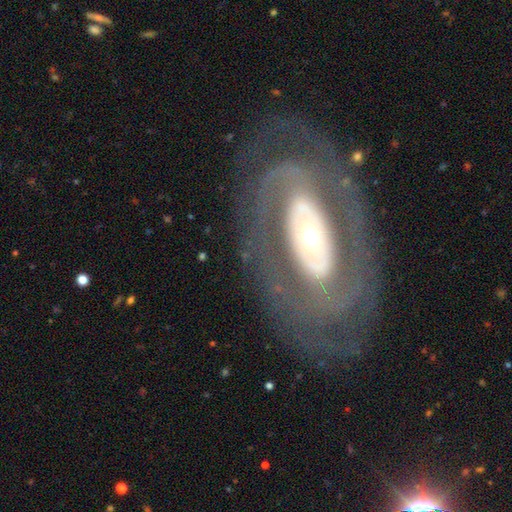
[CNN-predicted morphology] The model was most divided on "spiral arm count": 2: 38%, can't tell: 36%, 3: 9%, 1: 6%, 4: 6%, more than 4: 5%. Remaining: edge-on disk — no (93%); smooth or featured — featured or disk (82%); merging — none (78%); spiral arms — yes (75%); spiral winding — tight (66%); bar — no (63%); bulge size — small (44%).